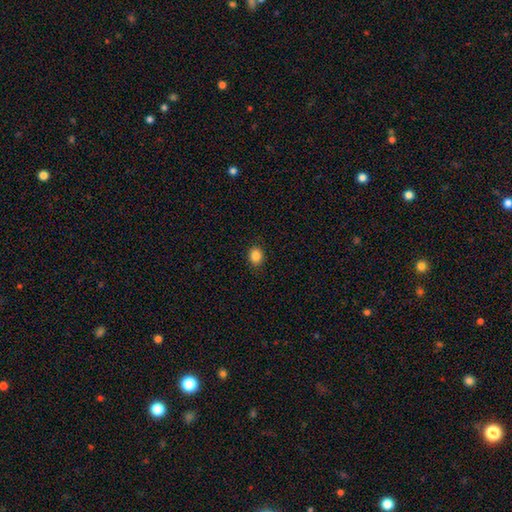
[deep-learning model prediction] This is clearly a smooth galaxy (86%). How rounded: likely round (63%). Merging: clearly none (89%).